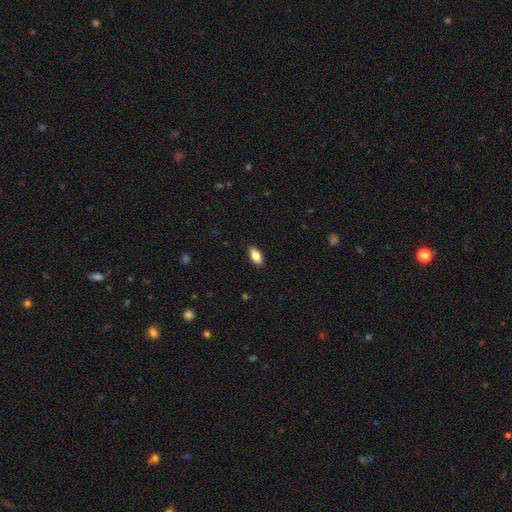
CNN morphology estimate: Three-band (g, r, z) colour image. It shows a smooth galaxy with no disk features (82%) that is in between round and cigar-shaped (87%). Merging: none (88%).